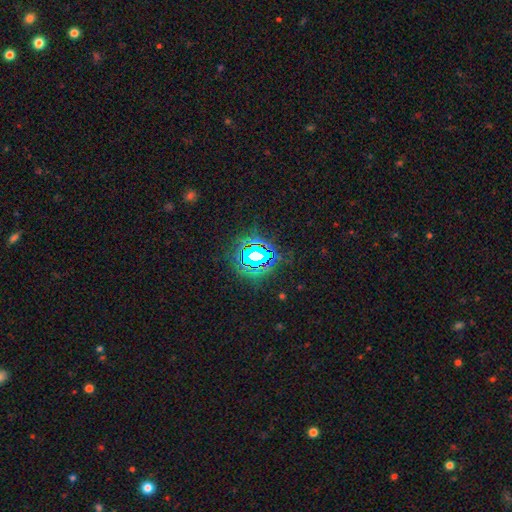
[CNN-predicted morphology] A star or artifact, not a galaxy (75%).